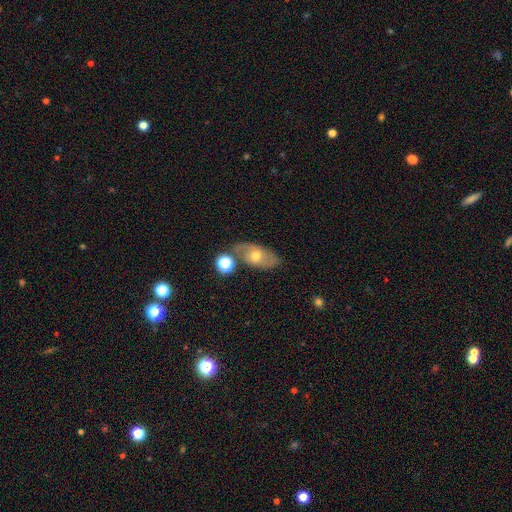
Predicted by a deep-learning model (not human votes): Smooth or featured: featured or disk — 52% (smooth — 39%)
Edge-on disk: no — 88% (yes — 12%)
Merging: none — 62% (minor disturbance — 18%)